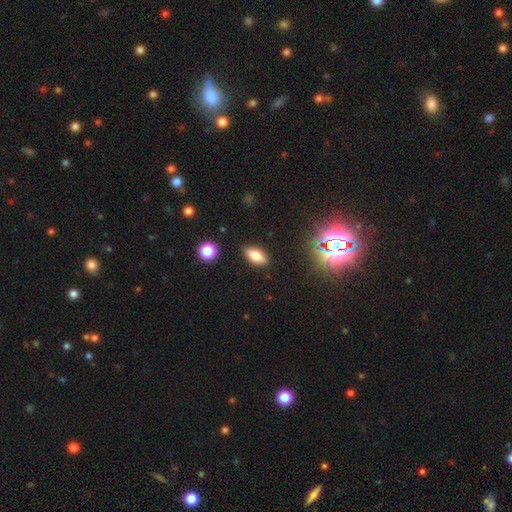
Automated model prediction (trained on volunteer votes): This is likely a smooth galaxy (74%). How rounded: clearly in between (86%). Merging: clearly none (87%).